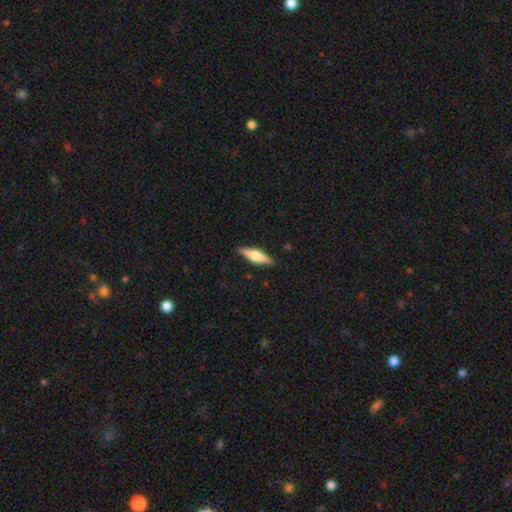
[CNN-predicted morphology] Smooth or featured? Predicted: smooth (p=0.49). Merging? Predicted: none (p=0.88).